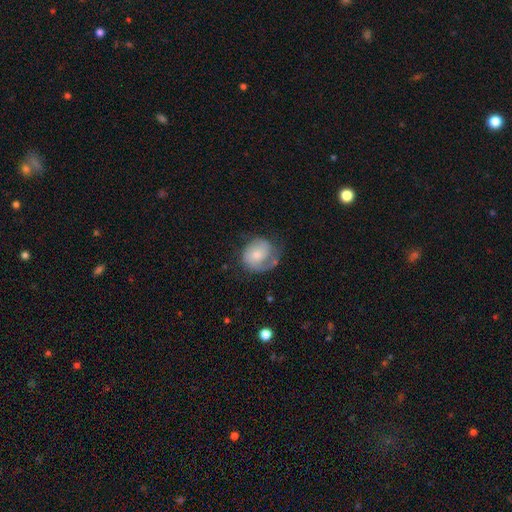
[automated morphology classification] smooth_or_featured: featured or disk (p=0.56) [alt: smooth p=0.38]
disk_edge_on: no (p=0.97) [alt: yes p=0.03]
bar: no (p=0.67) [alt: weak p=0.28]
has_spiral_arms: yes (p=0.84) [alt: no p=0.16]
bulge_size: moderate (p=0.43) [alt: small p=0.42]
merging: none (p=0.49) [alt: minor disturbance p=0.26]